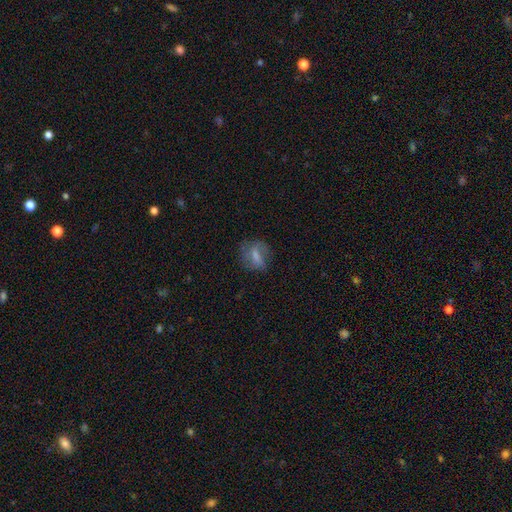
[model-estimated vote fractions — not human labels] smooth_or_featured: smooth (p=0.60) [alt: featured or disk p=0.30]
how_rounded: in between (p=0.53) [alt: round p=0.38]
merging: none (p=0.61) [alt: minor disturbance p=0.23]